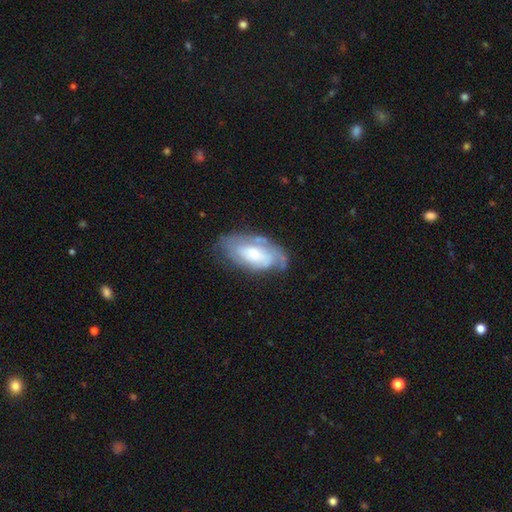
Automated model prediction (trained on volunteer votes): The model was most divided on "bulge size": moderate: 48%, small: 33%, large: 14%, none: 4%, dominant: 2%. More confident: edge-on disk — no (91%); spiral arms — yes (79%); smooth or featured — featured or disk (65%); bar — no (65%); merging — none (63%).